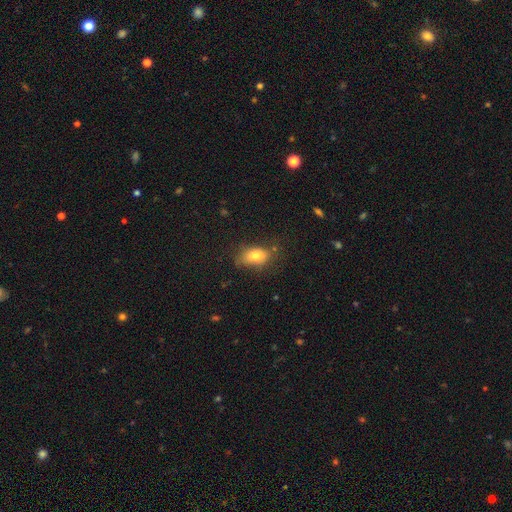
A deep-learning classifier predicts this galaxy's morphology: Smooth or featured?
  - smooth: 77% *
  - featured or disk: 14%
  - star or artifact: 9%
How rounded?
  - in between: 88% *
  - round: 9%
  - cigar-shaped: 3%
Merging?
  - none: 65% *
  - minor disturbance: 25%
  - major disturbance: 8%
  - merger: 3%